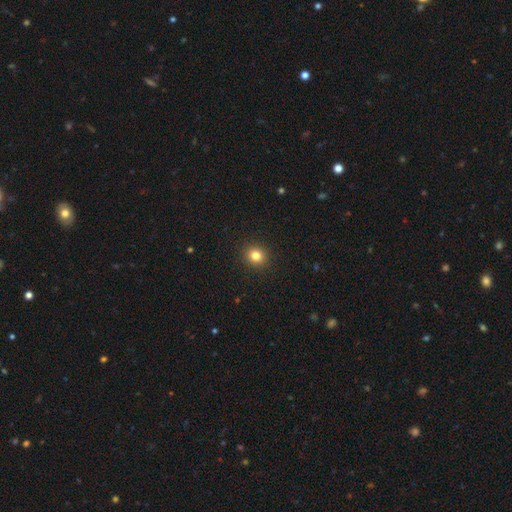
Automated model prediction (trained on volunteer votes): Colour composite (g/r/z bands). It shows a smooth galaxy with no disk features (82%) that is round (85%). Merging: none (92%).